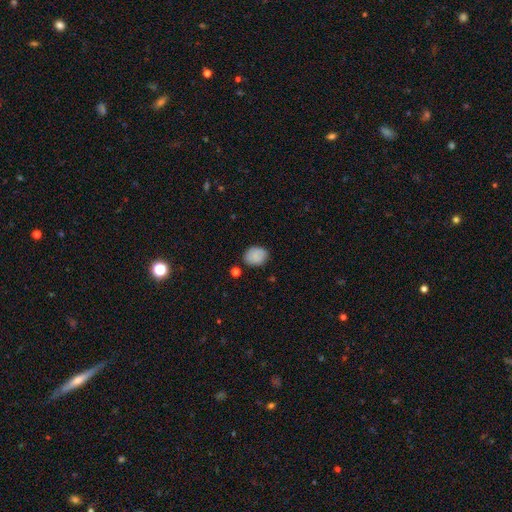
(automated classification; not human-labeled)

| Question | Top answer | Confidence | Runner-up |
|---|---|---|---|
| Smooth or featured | smooth | 84% | star or artifact (8%) |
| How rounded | in between | 59% | round (40%) |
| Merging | none | 78% | minor disturbance (16%) |